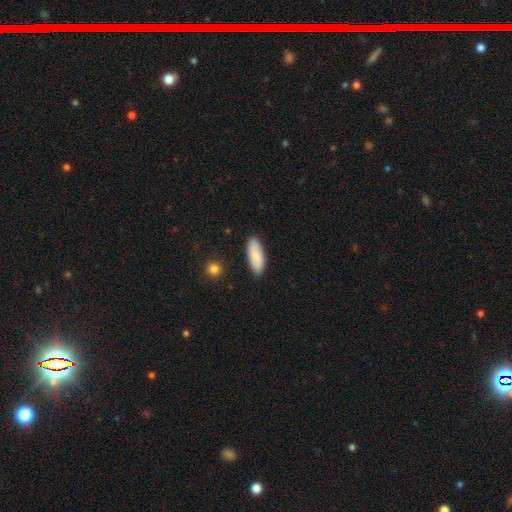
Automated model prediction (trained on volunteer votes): A smooth galaxy with no disk features (86%) that is in between round and cigar-shaped (69%). Merging: none (87%).